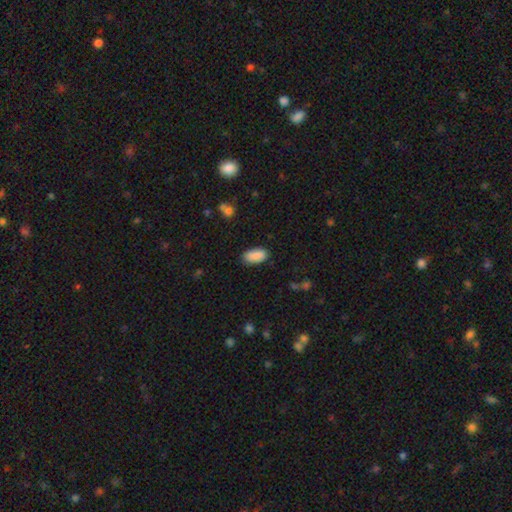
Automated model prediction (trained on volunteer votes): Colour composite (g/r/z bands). It shows a smooth galaxy with no disk features (90%) that is in between round and cigar-shaped (92%). Merging: none (84%).